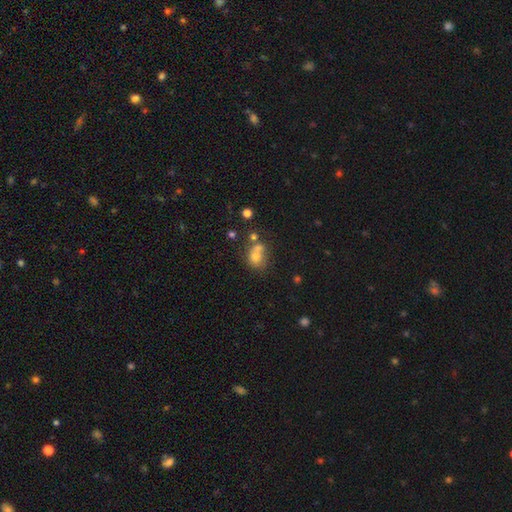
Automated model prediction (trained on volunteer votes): smooth-or-featured: smooth: 67% | featured or disk: 17% | star or artifact: 16%
  how-rounded: round: 63% | in between: 36% | cigar-shaped: 1%
  merging: merger: 41% | none: 38% | minor disturbance: 14% | major disturbance: 7%